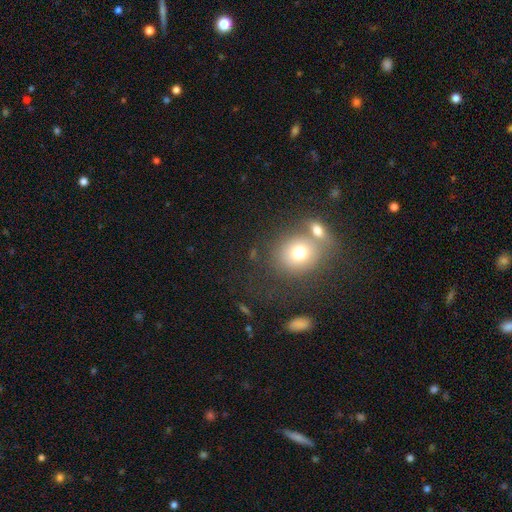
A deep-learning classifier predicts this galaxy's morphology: smooth-or-featured: smooth: 59% | star or artifact: 28% | featured or disk: 13%
  how-rounded: round: 80% | in between: 19% | cigar-shaped: 1%
  merging: none: 67% | merger: 16% | minor disturbance: 11% | major disturbance: 5%